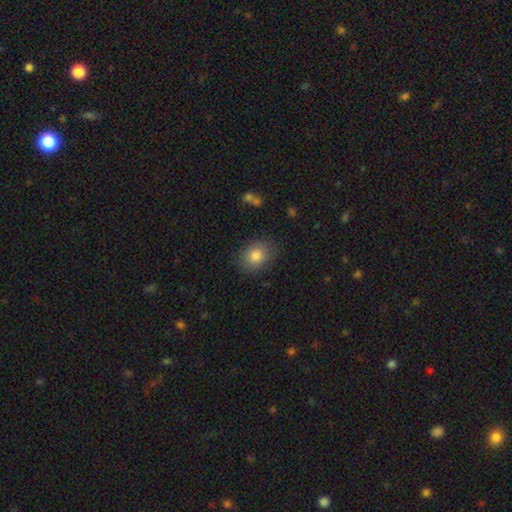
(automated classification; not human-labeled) A smooth galaxy with no disk features (83%) that is in between round and cigar-shaped (55%). Merging: none (81%).